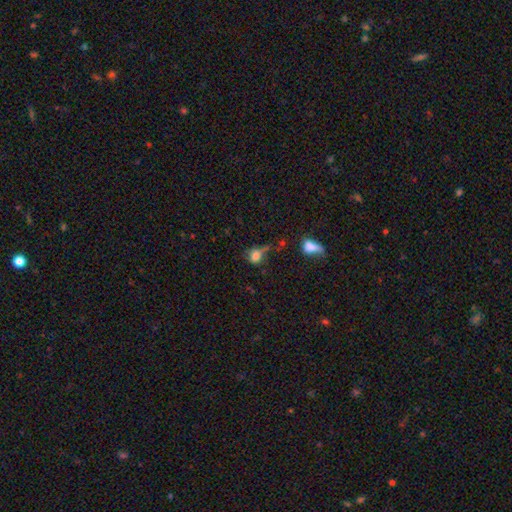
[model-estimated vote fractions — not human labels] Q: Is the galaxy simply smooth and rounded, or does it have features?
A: smooth — 69%.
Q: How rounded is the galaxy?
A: in between — 51%.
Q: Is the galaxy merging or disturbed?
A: none — 31%.